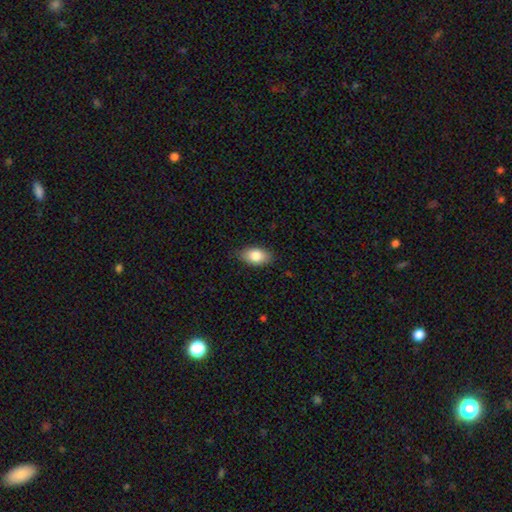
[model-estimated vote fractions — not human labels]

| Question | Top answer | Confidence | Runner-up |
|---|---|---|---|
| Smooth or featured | smooth | 83% | featured or disk (10%) |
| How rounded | in between | 91% | round (6%) |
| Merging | none | 84% | minor disturbance (13%) |